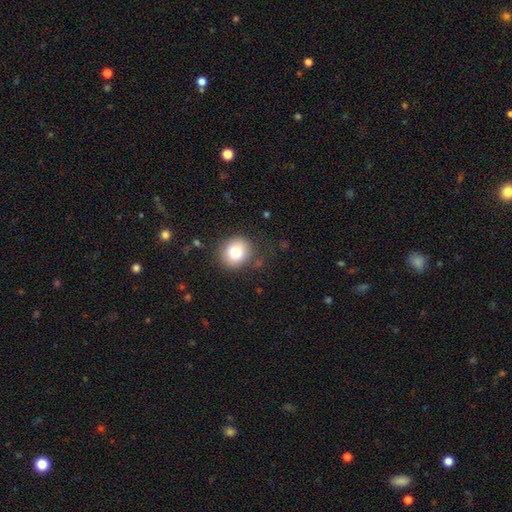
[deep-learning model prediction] A smooth galaxy with no disk features (78%) that is round (78%). Merging: none (82%).